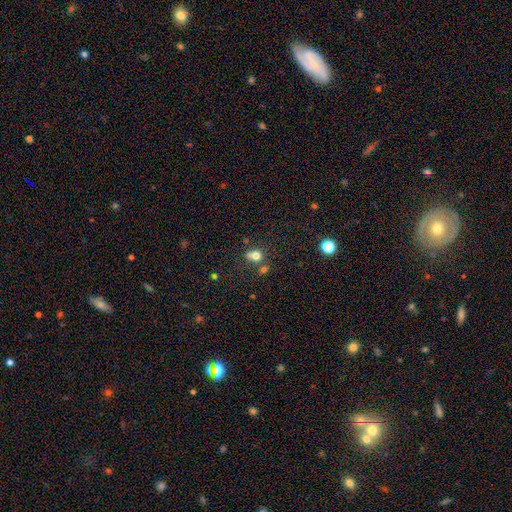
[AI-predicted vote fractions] A smooth galaxy with no disk features (74%) that is round (66%). Merging: none (48%).